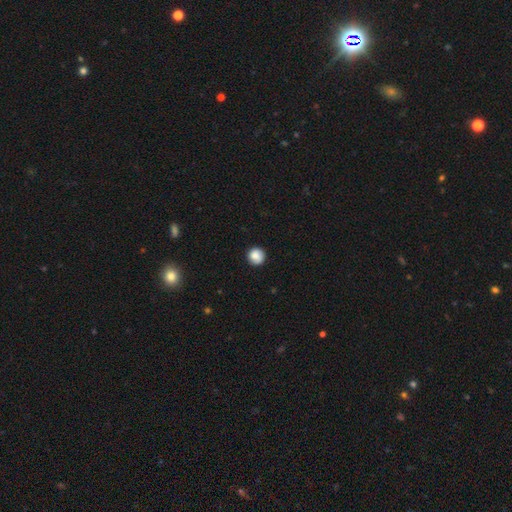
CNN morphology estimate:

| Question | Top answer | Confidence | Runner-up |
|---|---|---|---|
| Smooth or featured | smooth | 84% | star or artifact (9%) |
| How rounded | round | 94% | in between (5%) |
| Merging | none | 85% | minor disturbance (11%) |